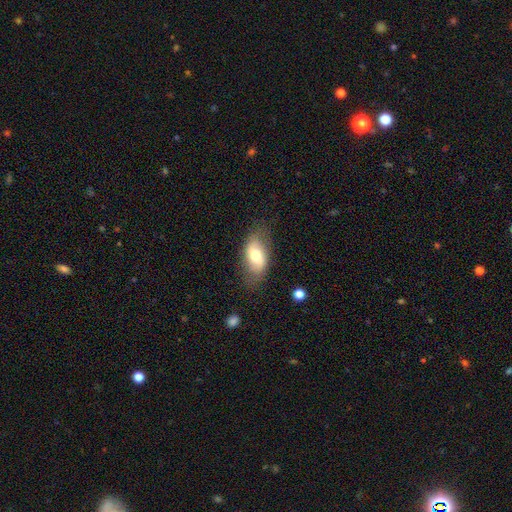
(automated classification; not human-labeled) This appears to be a smooth galaxy with no disk features (59%) that is in between round and cigar-shaped (90%). Merging: none (71%).